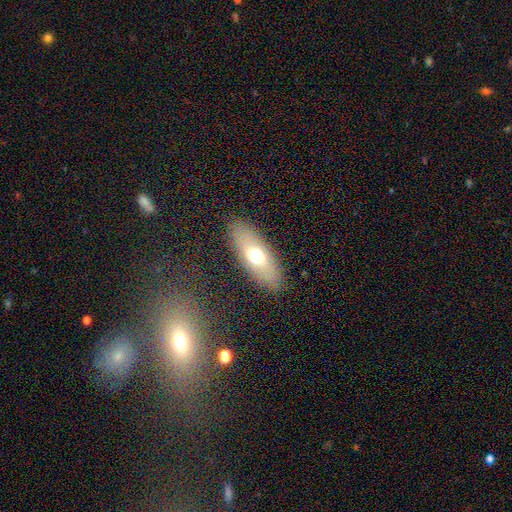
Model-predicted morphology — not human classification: The model was most divided on "smooth or featured": smooth: 61%, featured or disk: 31%, star or artifact: 8%. More confident: merging — none (86%); how rounded — in between (76%).